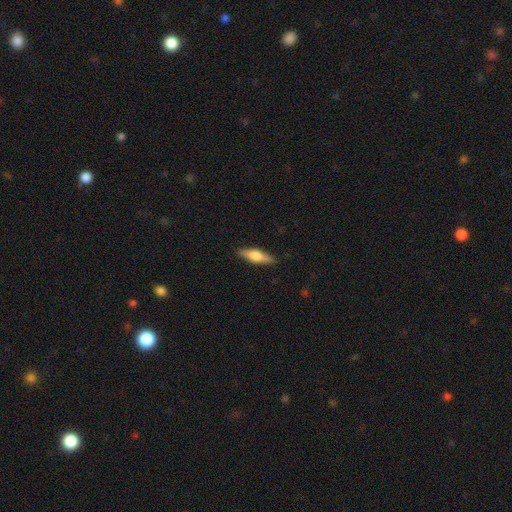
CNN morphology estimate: smooth_or_featured: smooth (p=0.55) [alt: featured or disk p=0.40]
how_rounded: cigar-shaped (p=0.60) [alt: in between p=0.37]
merging: none (p=0.89) [alt: minor disturbance p=0.09]